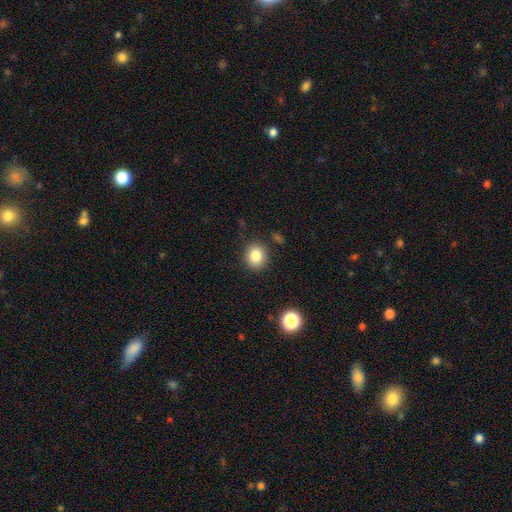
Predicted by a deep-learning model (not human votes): Smooth or featured? Predicted: smooth (p=0.84). How rounded? Predicted: round (p=0.78). Merging? Predicted: none (p=0.87).